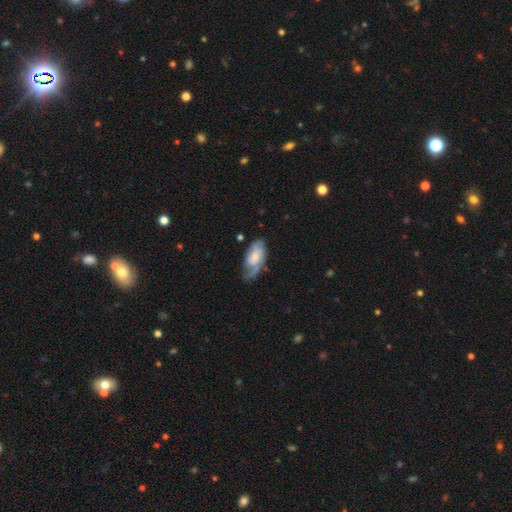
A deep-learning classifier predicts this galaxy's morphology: A featured or disk galaxy (66%) with no bar (61%), 2 (49%) medium (43%) spiral arms (90%) and a moderate central bulge (36%). Merging: none (61%).